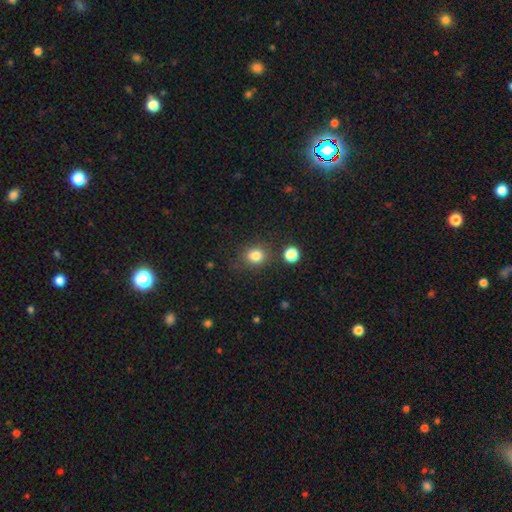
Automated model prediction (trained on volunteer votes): A smooth galaxy with no disk features (82%) that is round (76%).

Vote fractions:
- Smooth or featured? smooth: 82% / star or artifact: 12% / featured or disk: 6%
- How rounded? round: 76% / in between: 23% / cigar-shaped: 1%
- Merging? none: 79% / minor disturbance: 11% / merger: 6% / major disturbance: 4%